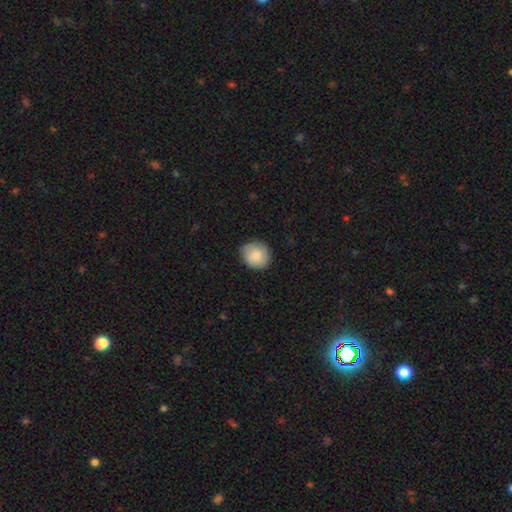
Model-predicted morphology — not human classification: smooth-or-featured: smooth: 85% | featured or disk: 8% | star or artifact: 7%
  how-rounded: round: 81% | in between: 18% | cigar-shaped: 1%
  merging: none: 83% | minor disturbance: 14% | major disturbance: 2% | merger: 1%